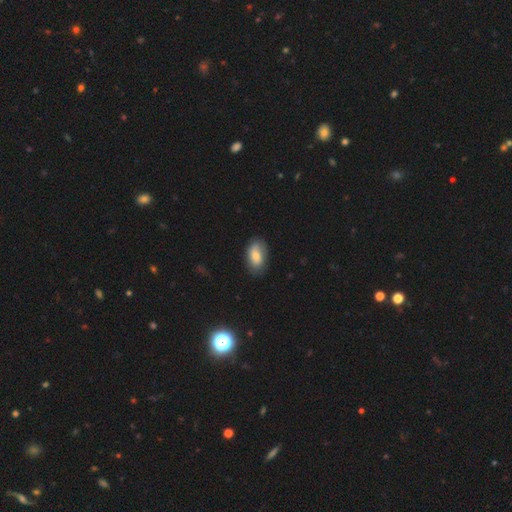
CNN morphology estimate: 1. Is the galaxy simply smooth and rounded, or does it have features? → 75% smooth, 18% featured or disk, 7% star or artifact.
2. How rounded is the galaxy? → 91% in between, 6% round, 2% cigar-shaped.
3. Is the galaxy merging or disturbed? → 77% none, 18% minor disturbance, 4% major disturbance, 1% merger.